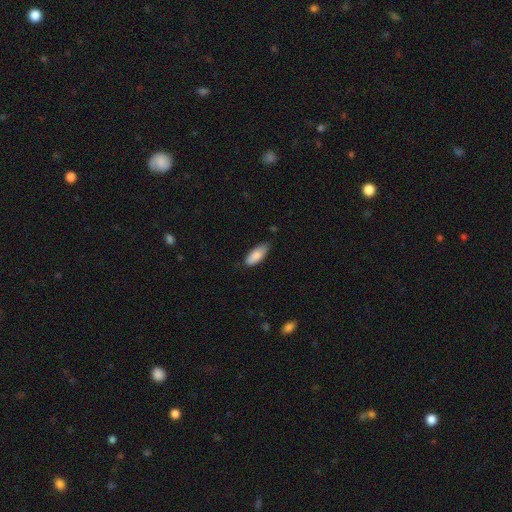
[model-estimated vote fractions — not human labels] A smooth galaxy with no disk features (86%) that is in between round and cigar-shaped (81%).

Vote fractions:
- Smooth or featured? smooth: 86% / featured or disk: 8% / star or artifact: 6%
- How rounded? in between: 81% / cigar-shaped: 17% / round: 2%
- Merging? none: 72% / minor disturbance: 23% / major disturbance: 3% / merger: 1%